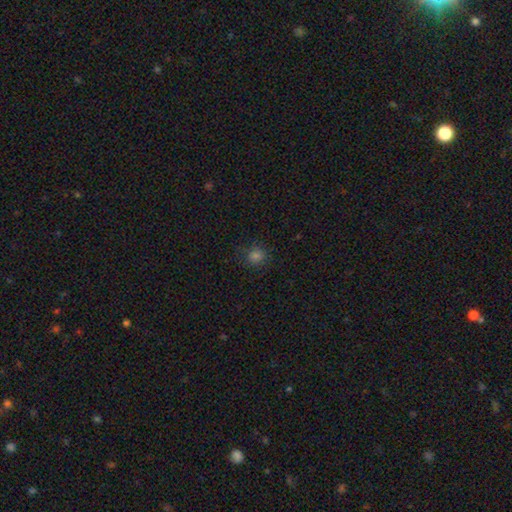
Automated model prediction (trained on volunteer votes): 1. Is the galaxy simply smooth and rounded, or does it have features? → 76% smooth, 19% star or artifact, 5% featured or disk.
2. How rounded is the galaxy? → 86% round, 13% in between, 1% cigar-shaped.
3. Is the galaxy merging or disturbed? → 82% none, 13% minor disturbance, 4% major disturbance, 2% merger.